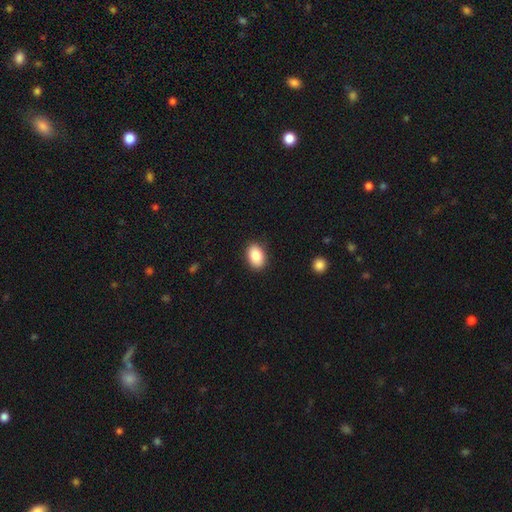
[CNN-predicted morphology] type=smooth (86%); roundness=in between (85%); merging=none (89%).